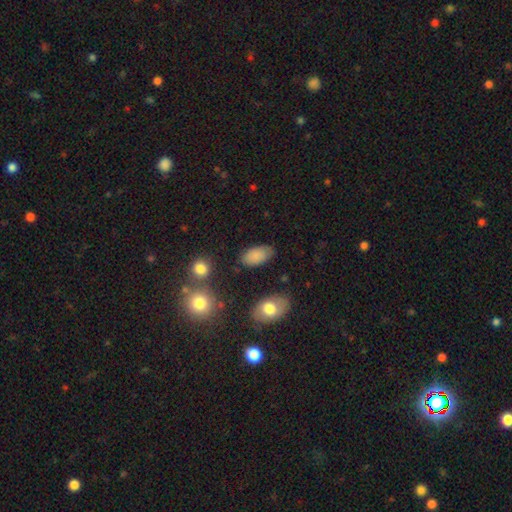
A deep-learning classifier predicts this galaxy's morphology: Q: Smooth or featured?
A: smooth (83%); runner-up: featured or disk (9%)
Q: How rounded?
A: in between (94%); runner-up: round (4%)
Q: Merging?
A: none (79%); runner-up: minor disturbance (15%)